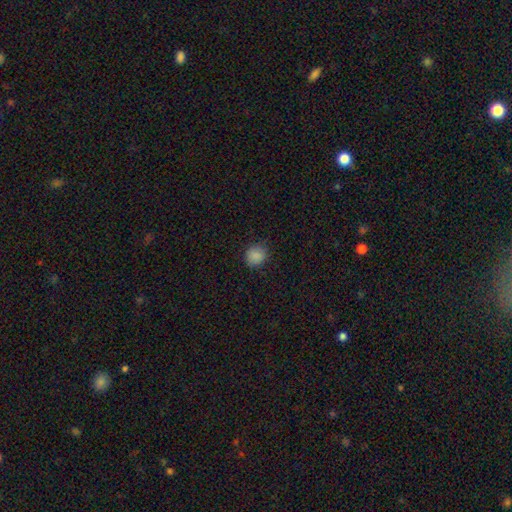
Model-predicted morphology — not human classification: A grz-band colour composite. It shows a smooth galaxy with no disk features (86%) that is round (82%). Merging: none (82%).